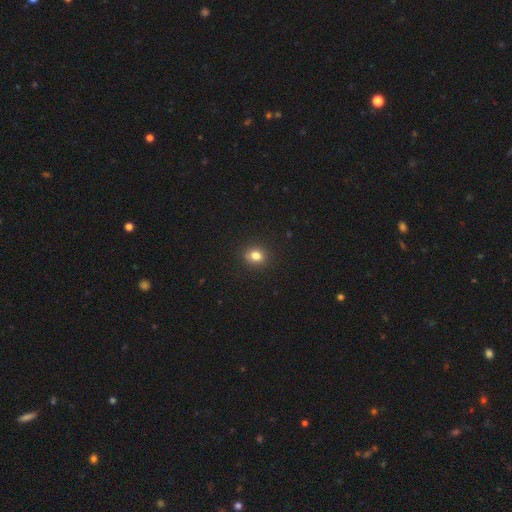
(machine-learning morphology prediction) The model was most divided on "how rounded": round: 68%, in between: 31%, cigar-shaped: 1%. More confident: merging — none (89%); smooth or featured — smooth (81%).